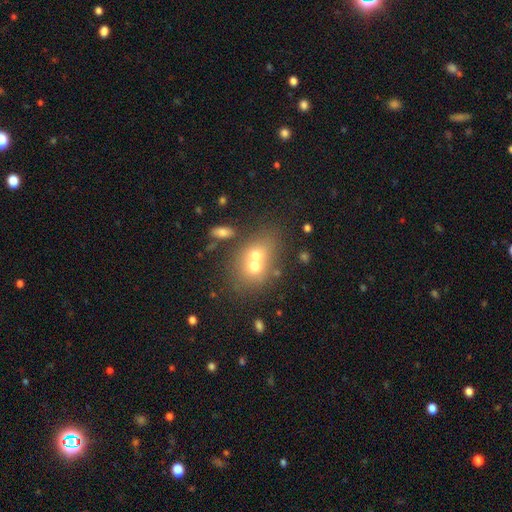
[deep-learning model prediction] smooth_or_featured: smooth (p=0.60) [alt: featured or disk p=0.26]
how_rounded: round (p=0.56) [alt: in between p=0.43]
merging: merger (p=0.66) [alt: none p=0.25]